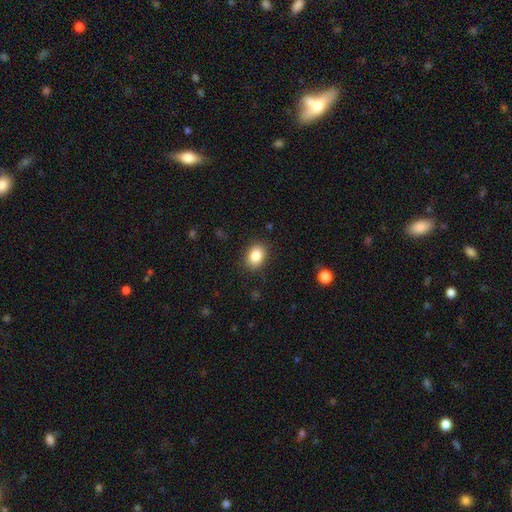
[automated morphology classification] smooth 86%, star or artifact 9%, featured or disk 6%. Down the decision tree: how rounded — in between (71%); merging — none (87%).